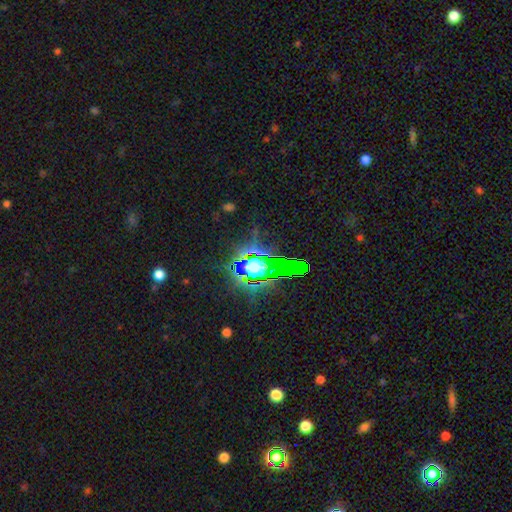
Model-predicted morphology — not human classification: smooth_or_featured: star or artifact (p=0.80) [alt: smooth p=0.11]